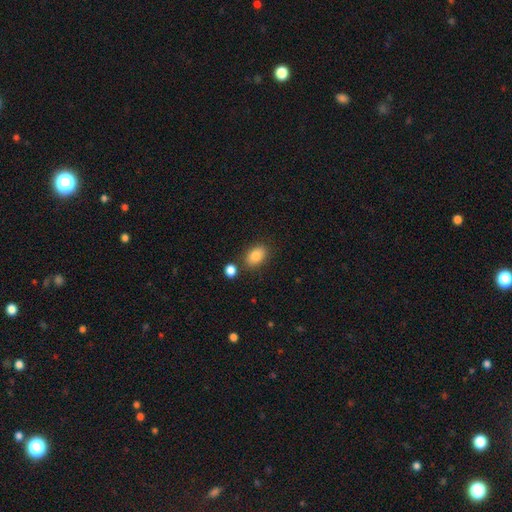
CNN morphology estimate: Overall: smooth (84%). How rounded: in between (85%). Merging: none (79%).